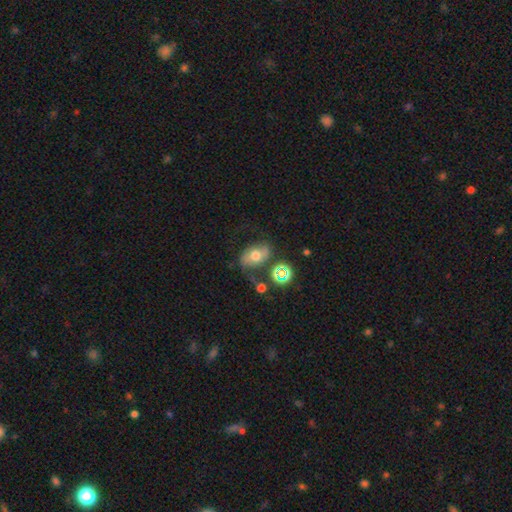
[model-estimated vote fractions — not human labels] smooth-or-featured: smooth: 44% | featured or disk: 41% | star or artifact: 15%
  merging: none: 51% | minor disturbance: 24% | major disturbance: 16% | merger: 9%